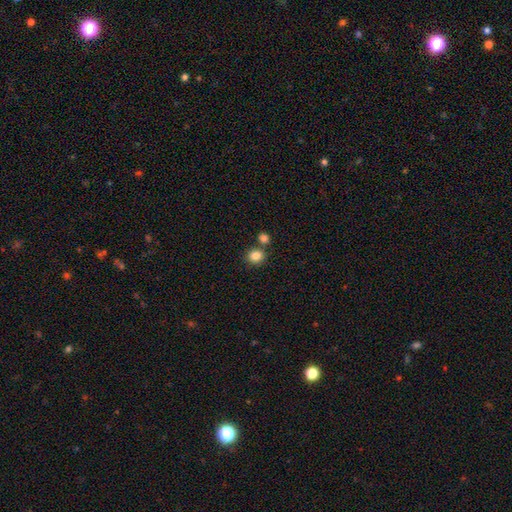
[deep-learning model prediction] Morphology: type=smooth (85%); roundness=round (73%); merging=none (69%).